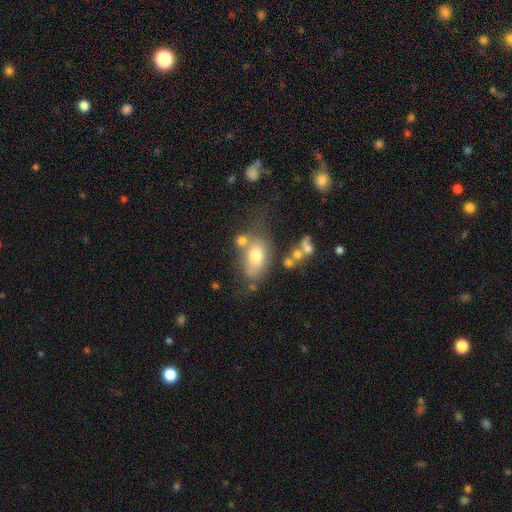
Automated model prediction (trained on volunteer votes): Smooth or featured? Predicted: smooth (p=0.68). How rounded? Predicted: in between (p=0.84). Merging? Predicted: none (p=0.45).